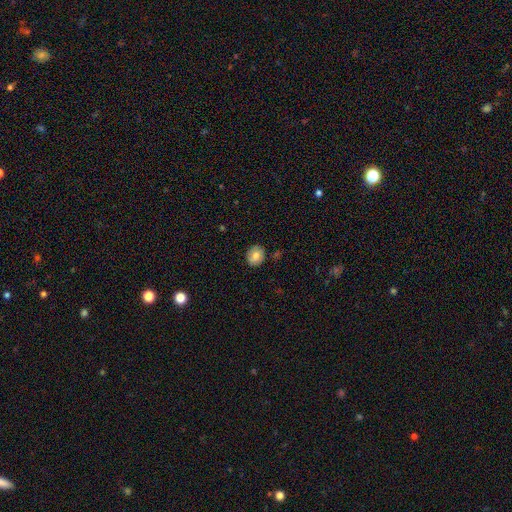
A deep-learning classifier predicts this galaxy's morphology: Q: Smooth or featured?
A: smooth (69%); runner-up: featured or disk (23%)
Q: How rounded?
A: round (67%); runner-up: in between (32%)
Q: Merging?
A: none (84%); runner-up: minor disturbance (12%)